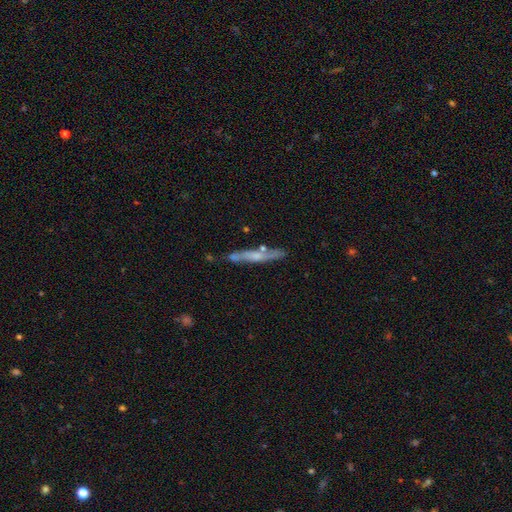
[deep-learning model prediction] smooth-or-featured: featured or disk: 51% | smooth: 42% | star or artifact: 7%
  disk-edge-on: yes: 80% | no: 20%
  merging: none: 66% | minor disturbance: 19% | merger: 10% | major disturbance: 5%